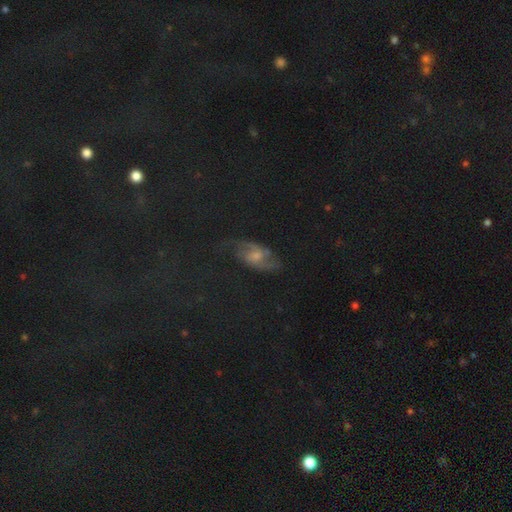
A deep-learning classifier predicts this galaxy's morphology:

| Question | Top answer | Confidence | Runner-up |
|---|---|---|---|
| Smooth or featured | featured or disk | 52% | star or artifact (25%) |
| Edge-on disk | no | 92% | yes (8%) |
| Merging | none | 66% | minor disturbance (19%) |